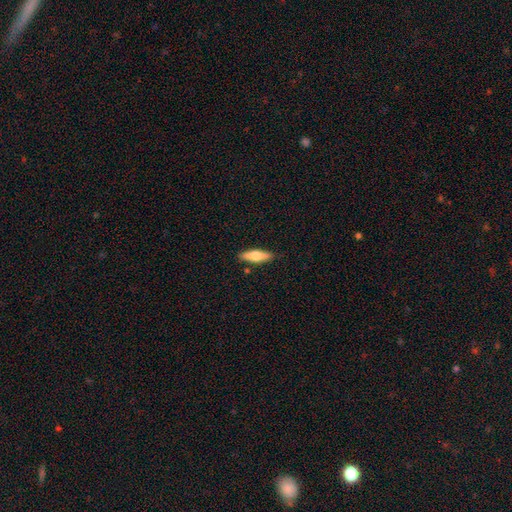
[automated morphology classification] A smooth galaxy with no disk features (63%) that is cigar-shaped (58%).

Vote fractions:
- Smooth or featured? smooth: 63% / featured or disk: 31% / star or artifact: 6%
- How rounded? cigar-shaped: 58% / in between: 40% / round: 2%
- Merging? none: 85% / minor disturbance: 10% / merger: 2% / major disturbance: 2%